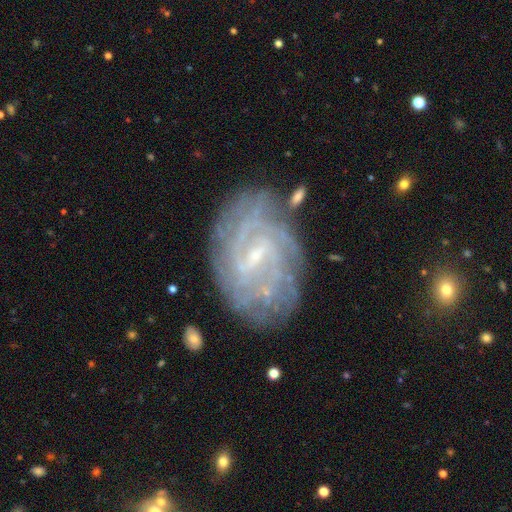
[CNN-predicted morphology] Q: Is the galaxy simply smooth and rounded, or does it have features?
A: featured or disk — 84%.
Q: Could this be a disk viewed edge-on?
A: no — 97%.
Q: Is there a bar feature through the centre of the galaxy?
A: weak — 57%.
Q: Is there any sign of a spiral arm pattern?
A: yes — 93%.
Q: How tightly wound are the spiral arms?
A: tight — 69%.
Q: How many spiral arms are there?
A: can't tell — 43%.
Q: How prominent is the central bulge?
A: small — 70%.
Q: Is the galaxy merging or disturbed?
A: none — 73%.